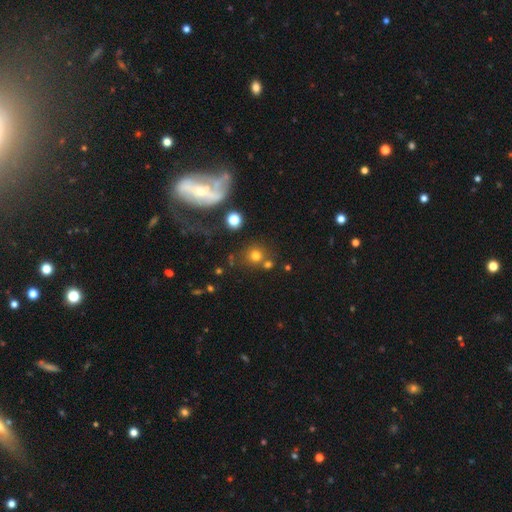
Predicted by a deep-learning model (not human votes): The model was most divided on "smooth or featured": smooth: 69%, star or artifact: 21%, featured or disk: 10%. More confident: how rounded — round (90%); merging — none (70%).